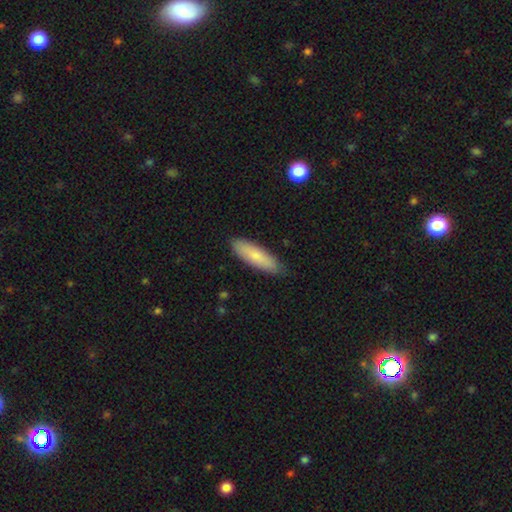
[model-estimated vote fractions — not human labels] Overall: smooth (79%). How rounded: cigar-shaped (59%; in between 40%). Merging: none (86%).